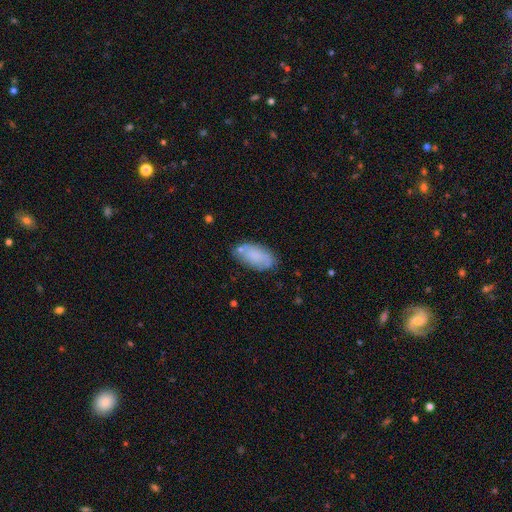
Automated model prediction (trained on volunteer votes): A smooth galaxy with no disk features (77%) that is in between round and cigar-shaped (93%).

Vote fractions:
- Smooth or featured? smooth: 77% / featured or disk: 16% / star or artifact: 7%
- How rounded? in between: 93% / cigar-shaped: 4% / round: 3%
- Merging? none: 69% / minor disturbance: 20% / merger: 6% / major disturbance: 5%